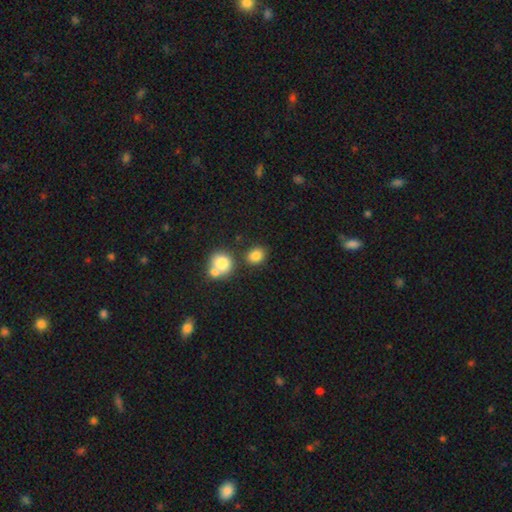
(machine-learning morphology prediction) type=smooth (83%); roundness=round (63%); merging=none (72%).